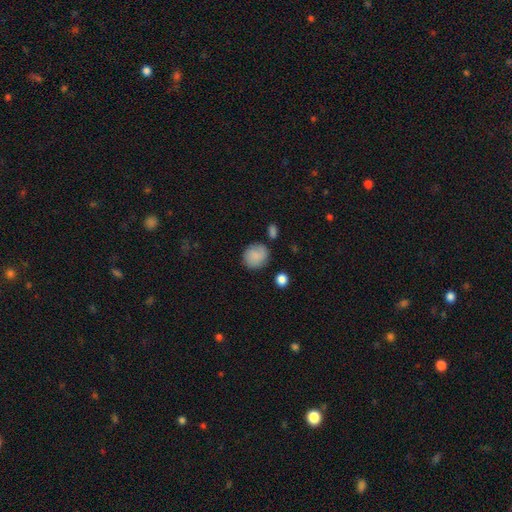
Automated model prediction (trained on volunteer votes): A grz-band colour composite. It shows a smooth galaxy with no disk features (83%) that is round (76%). Merging: none (74%).